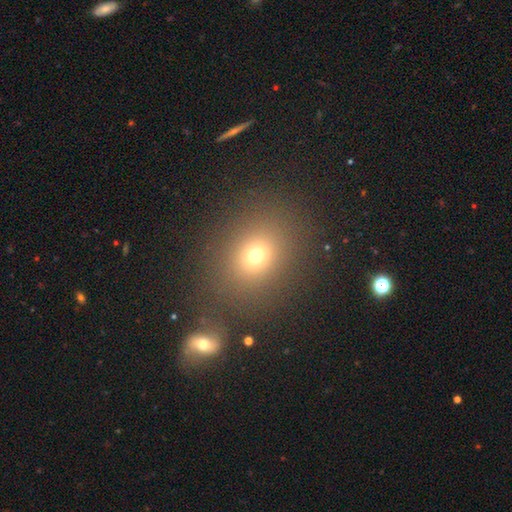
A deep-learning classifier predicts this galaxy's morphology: smooth_or_featured: smooth (p=0.70) [alt: star or artifact p=0.19]
how_rounded: round (p=0.63) [alt: in between p=0.36]
merging: none (p=0.77) [alt: minor disturbance p=0.09]